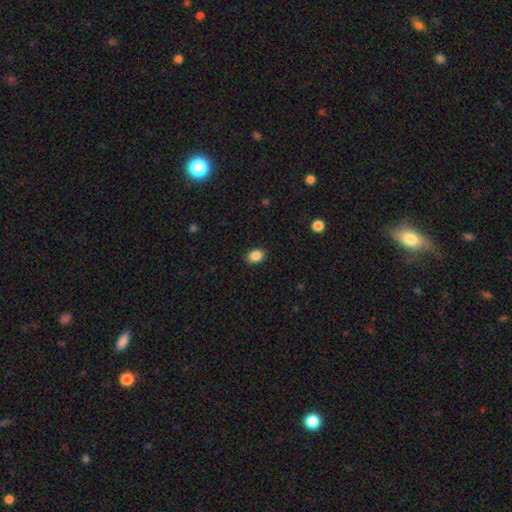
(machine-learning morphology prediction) This is clearly a smooth galaxy (86%). How rounded: likely in between (71%). Merging: clearly none (89%).